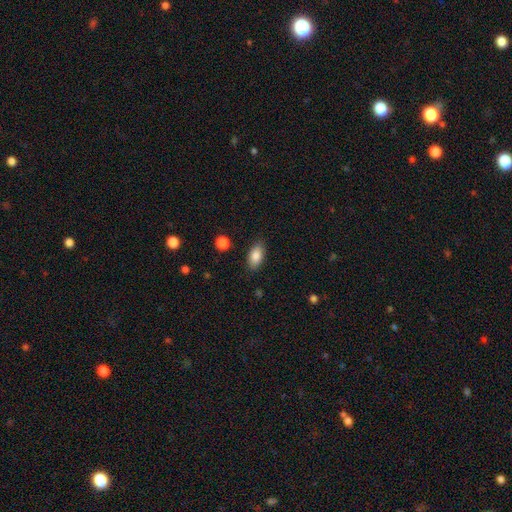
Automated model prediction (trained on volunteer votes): A smooth galaxy with no disk features (85%) that is in between round and cigar-shaped (90%).

Vote fractions:
- Smooth or featured? smooth: 85% / featured or disk: 8% / star or artifact: 7%
- How rounded? in between: 90% / cigar-shaped: 5% / round: 4%
- Merging? none: 85% / minor disturbance: 11% / major disturbance: 3% / merger: 1%